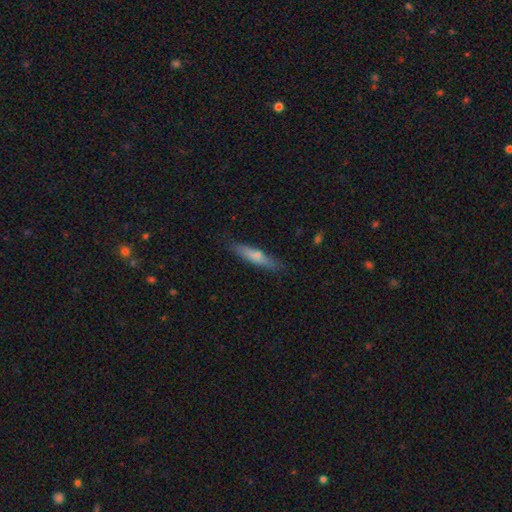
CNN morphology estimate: Smooth or featured? Predicted: smooth (p=0.63). How rounded? Predicted: cigar-shaped (p=0.85). Merging? Predicted: none (p=0.82).